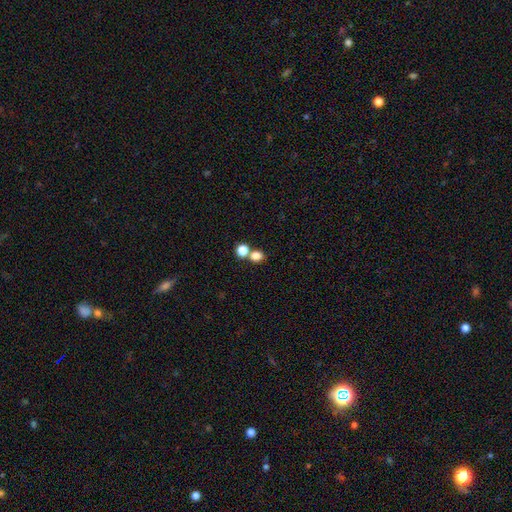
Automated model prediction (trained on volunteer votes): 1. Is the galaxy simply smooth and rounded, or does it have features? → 80% smooth, 14% star or artifact, 6% featured or disk.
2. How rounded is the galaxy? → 58% round, 41% in between, 1% cigar-shaped.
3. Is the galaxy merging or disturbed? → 52% none, 37% merger, 7% minor disturbance, 3% major disturbance.